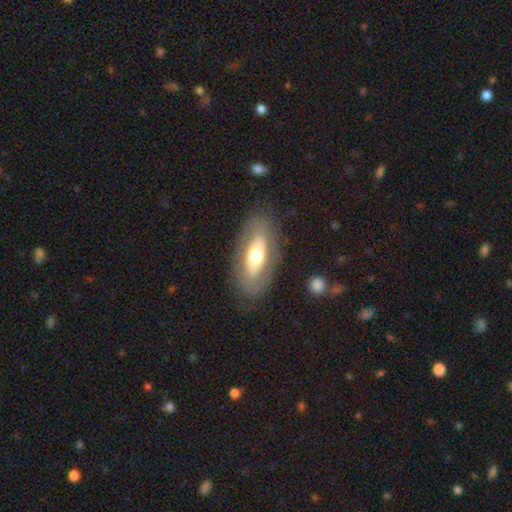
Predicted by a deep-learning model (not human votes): Overall: featured or disk (50%; smooth 45%). Merging: none (81%).